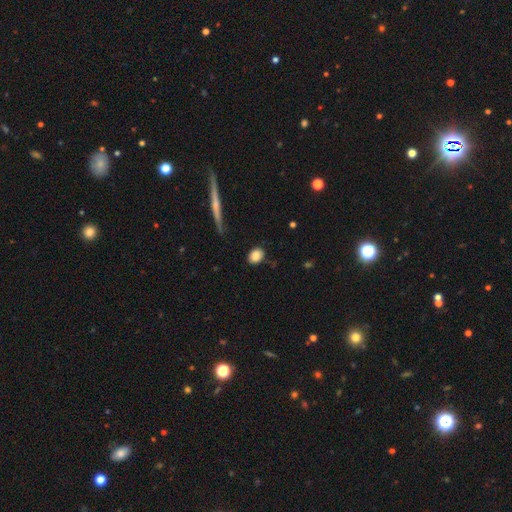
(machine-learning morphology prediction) This appears to be a smooth galaxy with no disk features (85%) that is in between round and cigar-shaped (63%). Merging: none (82%).